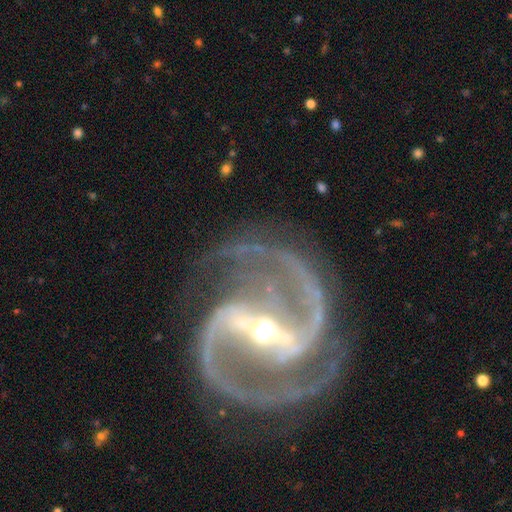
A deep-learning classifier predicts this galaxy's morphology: Q: Smooth or featured?
A: featured or disk (94%); runner-up: star or artifact (4%)
Q: Edge-on disk?
A: no (98%); runner-up: yes (2%)
Q: Bar?
A: strong (78%); runner-up: weak (17%)
Q: Spiral arms?
A: yes (99%); runner-up: no (1%)
Q: Spiral winding?
A: medium (63%); runner-up: tight (25%)
Q: Spiral arm count?
A: 2 (89%); runner-up: 3 (4%)
Q: Bulge size?
A: small (59%); runner-up: moderate (37%)
Q: Merging?
A: none (79%); runner-up: minor disturbance (13%)